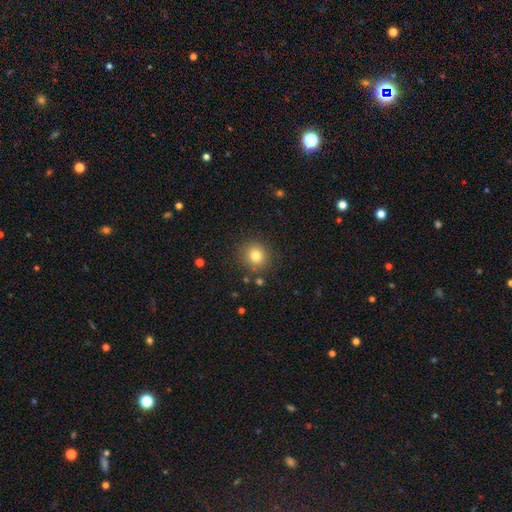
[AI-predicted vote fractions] Smooth or featured? Predicted: smooth (p=0.81). How rounded? Predicted: round (p=0.88). Merging? Predicted: none (p=0.86).